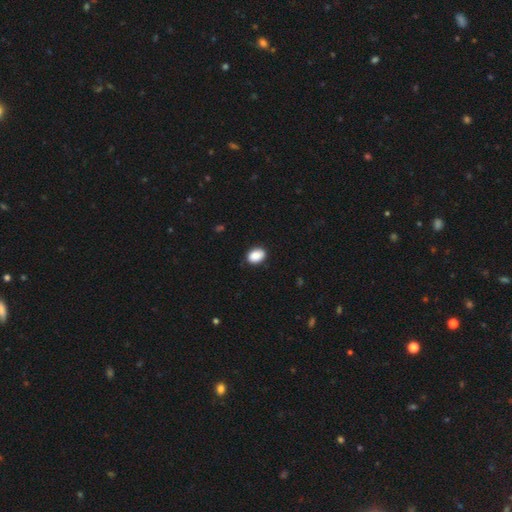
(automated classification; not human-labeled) Smooth or featured? Predicted: smooth (p=0.89). How rounded? Predicted: in between (p=0.75). Merging? Predicted: none (p=0.85).